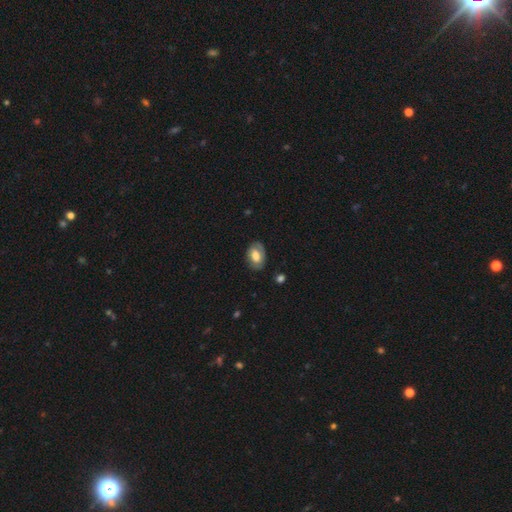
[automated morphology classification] Smooth or featured?
  - smooth: 51% *
  - featured or disk: 42%
  - star or artifact: 7%
How rounded?
  - in between: 86% *
  - round: 13%
  - cigar-shaped: 1%
Merging?
  - none: 75% *
  - minor disturbance: 18%
  - major disturbance: 6%
  - merger: 1%